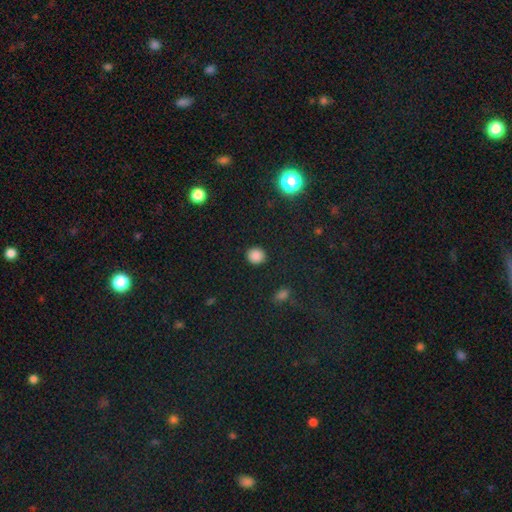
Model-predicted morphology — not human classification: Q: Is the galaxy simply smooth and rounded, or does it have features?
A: smooth — 85%.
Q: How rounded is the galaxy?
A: round — 85%.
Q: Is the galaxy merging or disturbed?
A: none — 91%.